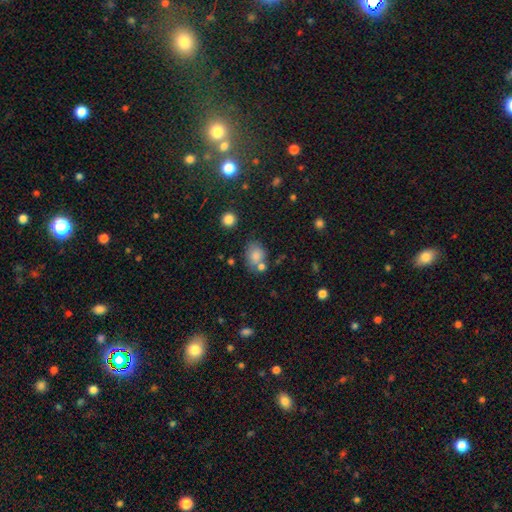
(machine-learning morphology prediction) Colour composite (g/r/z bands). It shows a smooth galaxy with no disk features (80%) that is in between round and cigar-shaped (52%). Merging: none (59%).